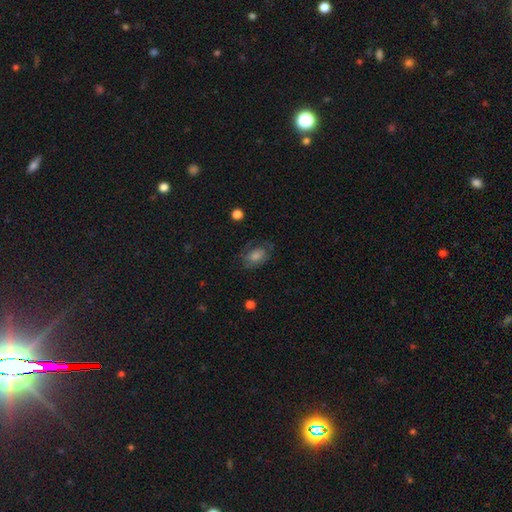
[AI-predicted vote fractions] This appears to be a smooth galaxy with no disk features (47%). Merging: none (68%).